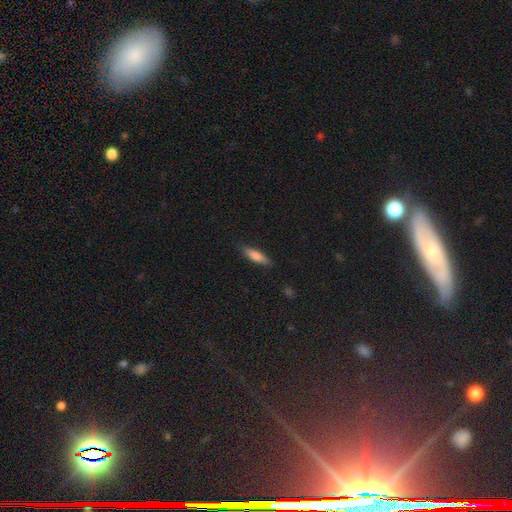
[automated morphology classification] Smooth or featured? smooth (75%)
How rounded? cigar-shaped (61%)
Merging? none (84%)